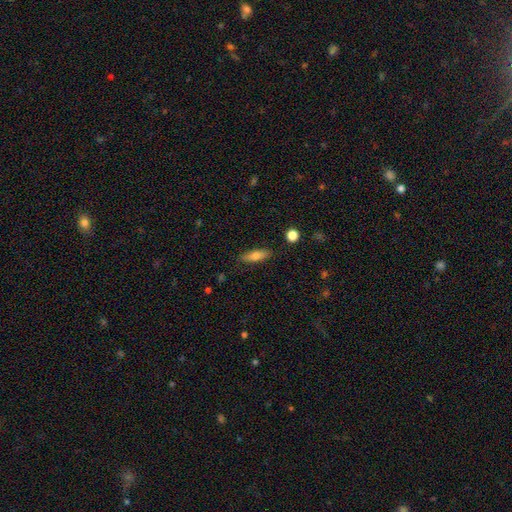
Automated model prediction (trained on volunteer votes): A smooth galaxy with no disk features (72%) that is cigar-shaped (51%).

Vote fractions:
- Smooth or featured? smooth: 72% / featured or disk: 21% / star or artifact: 7%
- How rounded? cigar-shaped: 51% / in between: 47% / round: 3%
- Merging? none: 86% / minor disturbance: 10% / major disturbance: 2% / merger: 2%